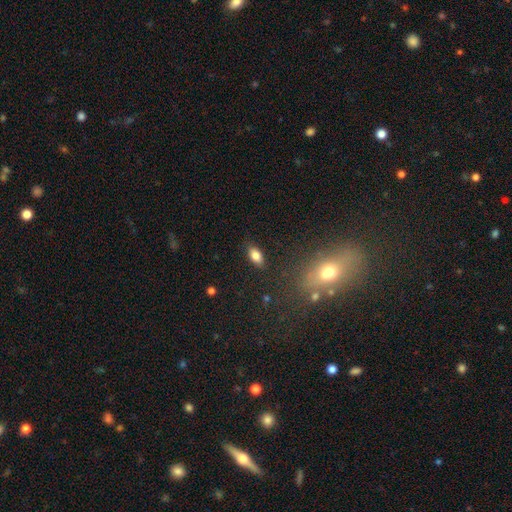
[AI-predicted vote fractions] Smooth or featured?
  - smooth: 82% *
  - star or artifact: 9%
  - featured or disk: 9%
How rounded?
  - in between: 90% *
  - round: 5%
  - cigar-shaped: 5%
Merging?
  - none: 86% *
  - minor disturbance: 10%
  - major disturbance: 3%
  - merger: 2%